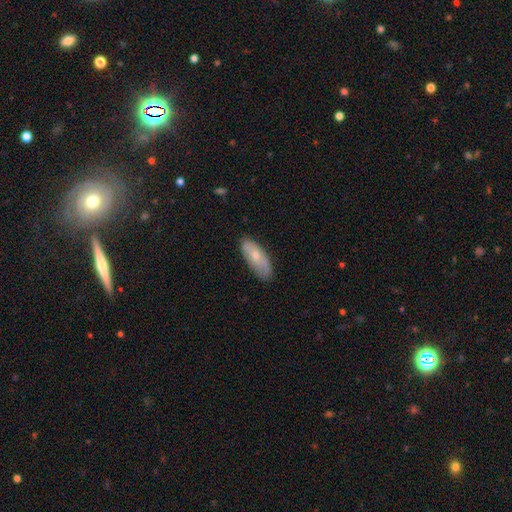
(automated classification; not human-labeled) Overall: smooth (64%; featured or disk 30%). How rounded: in between (78%). Merging: none (78%).